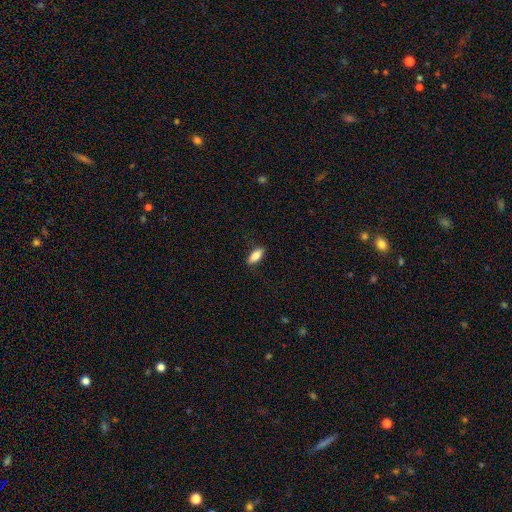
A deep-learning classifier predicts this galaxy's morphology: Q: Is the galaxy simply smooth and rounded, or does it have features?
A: smooth — 82%.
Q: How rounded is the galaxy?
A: in between — 81%.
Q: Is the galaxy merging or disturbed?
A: none — 85%.